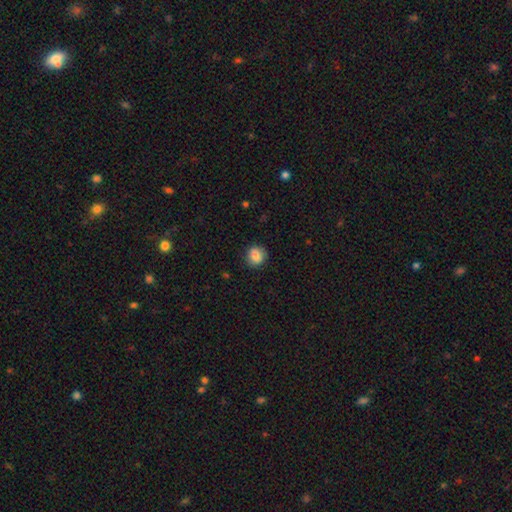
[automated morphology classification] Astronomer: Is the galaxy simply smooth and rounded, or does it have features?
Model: smooth — 85%.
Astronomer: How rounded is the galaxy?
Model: round — 82%.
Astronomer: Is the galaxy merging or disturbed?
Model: none — 85%.